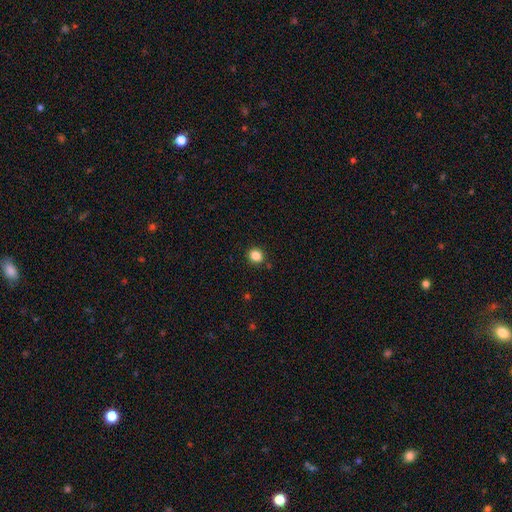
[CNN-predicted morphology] smooth 85%, star or artifact 12%, featured or disk 4%. Down the decision tree: how rounded — round (83%); merging — none (89%).